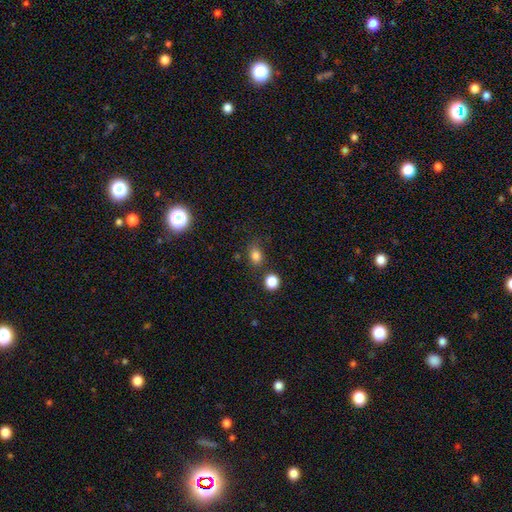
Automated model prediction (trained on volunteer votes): Smooth or featured? Predicted: smooth (p=0.80). How rounded? Predicted: in between (p=0.54). Merging? Predicted: none (p=0.70).